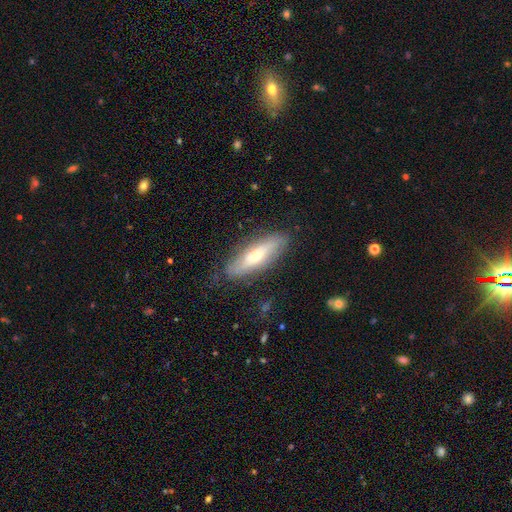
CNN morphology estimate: smooth_or_featured: featured or disk (p=0.48) [alt: smooth p=0.45]
merging: none (p=0.80) [alt: minor disturbance p=0.15]